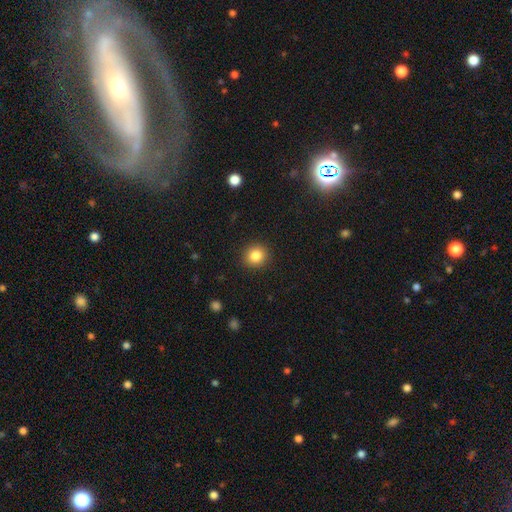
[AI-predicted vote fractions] The model was most divided on "smooth or featured": smooth: 83%, star or artifact: 11%, featured or disk: 6%. More confident: merging — none (91%); how rounded — round (87%).